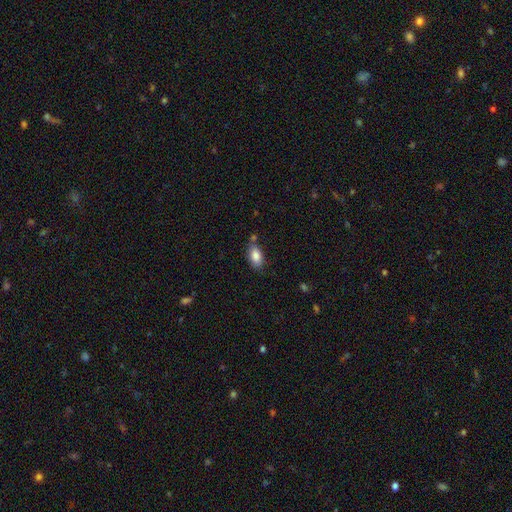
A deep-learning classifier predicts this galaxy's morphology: type=smooth (86%); roundness=in between (91%); merging=none (74%).